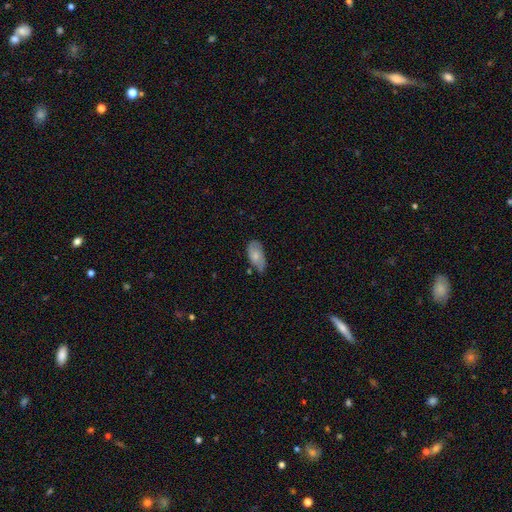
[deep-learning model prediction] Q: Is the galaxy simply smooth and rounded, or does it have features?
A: smooth — 67%.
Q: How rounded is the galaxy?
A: in between — 92%.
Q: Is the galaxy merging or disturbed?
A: none — 49%.